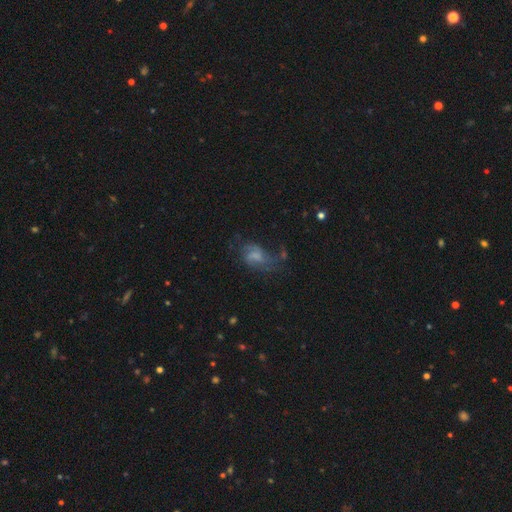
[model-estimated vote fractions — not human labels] A featured or disk galaxy (52%) with no bar (52%), spiral arms (71%) and no central bulge (38%).

Vote fractions:
- Smooth or featured? featured or disk: 52% / smooth: 35% / star or artifact: 13%
- Edge-on disk? no: 96% / yes: 4%
- Bar? no: 52% / weak: 40% / strong: 8%
- Spiral arms? yes: 71% / no: 29%
- Bulge size? none: 38% / small: 29% / moderate: 24% / large: 7% / dominant: 2%
- Merging? none: 37% / major disturbance: 34% / minor disturbance: 23% / merger: 6%